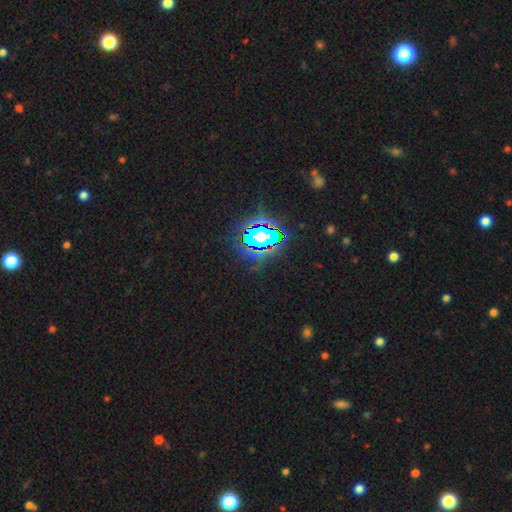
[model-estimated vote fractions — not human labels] Smooth or featured: star or artifact — 81% (smooth — 12%)